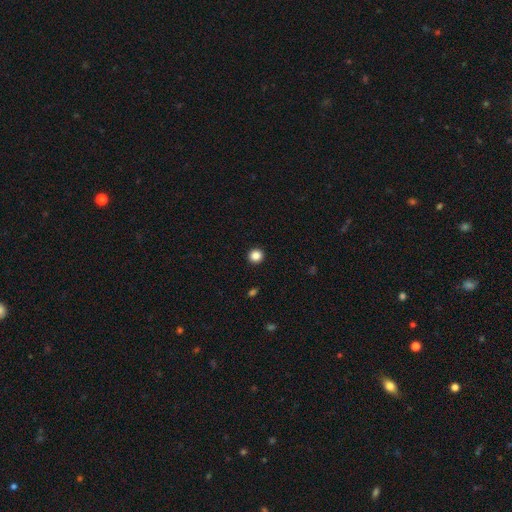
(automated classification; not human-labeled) This is clearly a smooth galaxy (86%). How rounded: clearly round (93%). Merging: clearly none (93%).